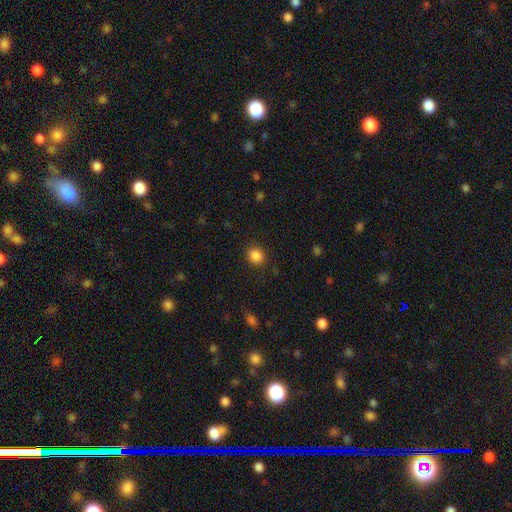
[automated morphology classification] This appears to be a smooth galaxy with no disk features (86%) that is round (74%). Merging: none (87%).